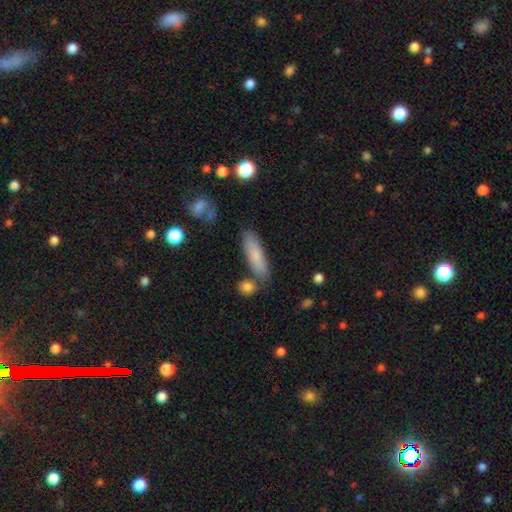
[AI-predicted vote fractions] A smooth galaxy with no disk features (77%) that is cigar-shaped (62%). Merging: none (74%).